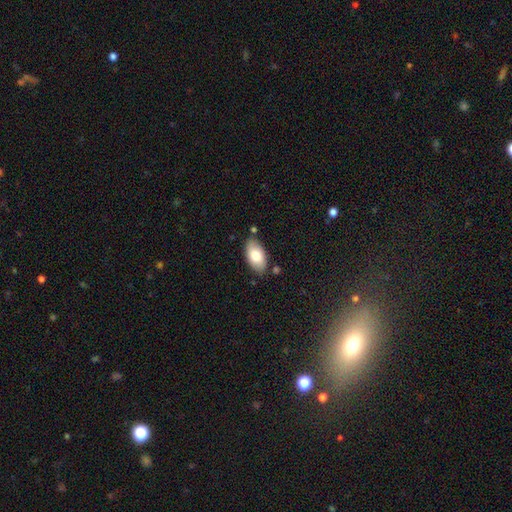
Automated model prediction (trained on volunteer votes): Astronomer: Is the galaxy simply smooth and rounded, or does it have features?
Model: smooth — 78%.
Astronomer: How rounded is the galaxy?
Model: in between — 95%.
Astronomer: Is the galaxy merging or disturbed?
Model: none — 81%.